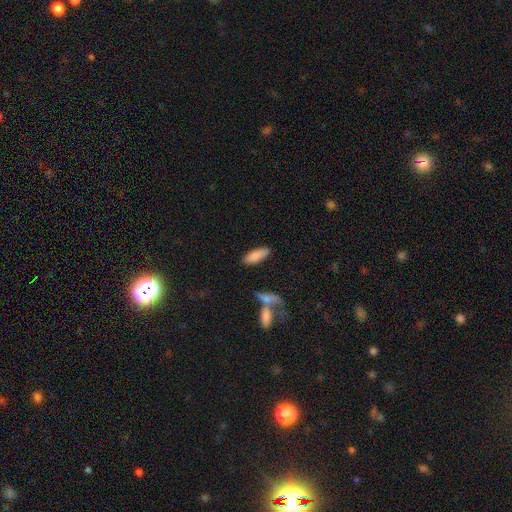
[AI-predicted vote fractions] This is clearly a smooth galaxy (86%). How rounded: likely in between (69%). Merging: likely none (79%).